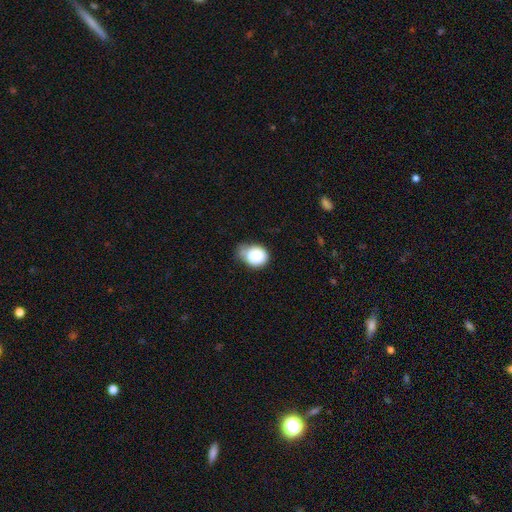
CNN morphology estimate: The model was most divided on "merging": minor disturbance: 45%, none: 35%, major disturbance: 14%, merger: 7%. More confident: smooth or featured — smooth (86%); how rounded — round (59%).